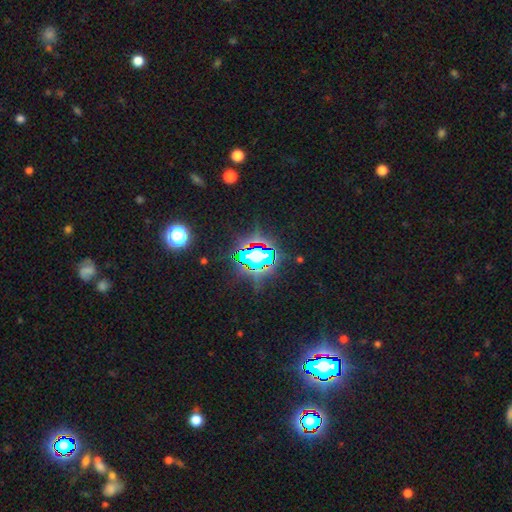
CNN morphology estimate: The model was most divided on "smooth or featured": star or artifact: 72%, smooth: 16%, featured or disk: 12%.